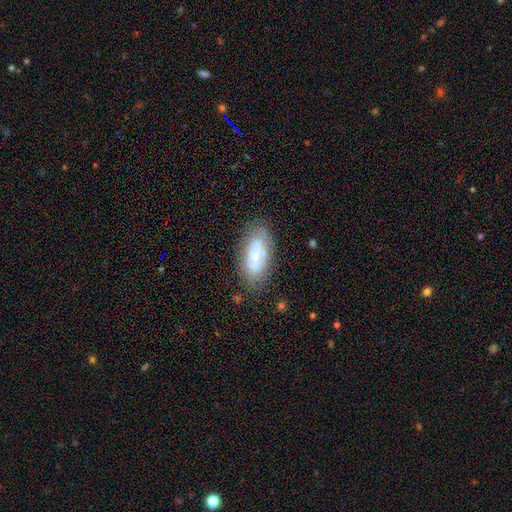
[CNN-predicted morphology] Smooth or featured?
  - featured or disk: 52% *
  - smooth: 39%
  - star or artifact: 8%
Edge-on disk?
  - no: 92% *
  - yes: 8%
Merging?
  - none: 70% *
  - minor disturbance: 19%
  - major disturbance: 7%
  - merger: 4%